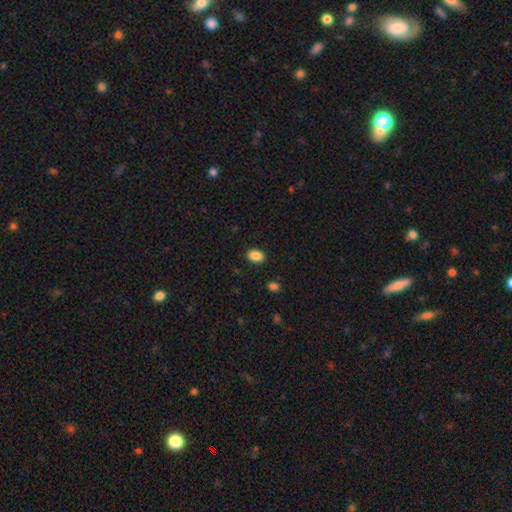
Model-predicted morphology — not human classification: This appears to be a smooth galaxy with no disk features (87%) that is in between round and cigar-shaped (75%). Merging: none (89%).